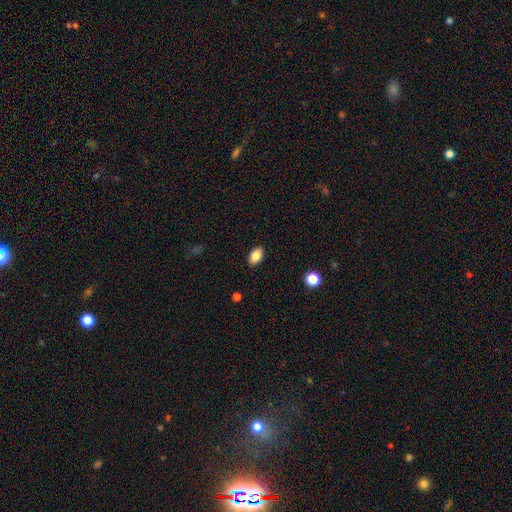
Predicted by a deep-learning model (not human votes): Smooth or featured: smooth — 85% (star or artifact — 8%)
How rounded: in between — 90% (round — 8%)
Merging: none — 89% (minor disturbance — 8%)